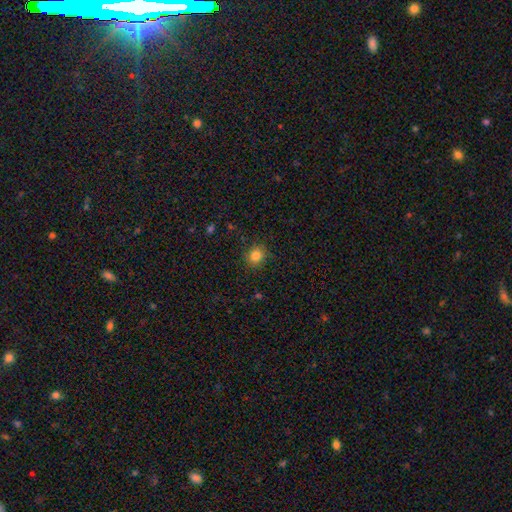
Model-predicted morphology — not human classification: type=smooth (83%); roundness=round (82%); merging=none (87%).